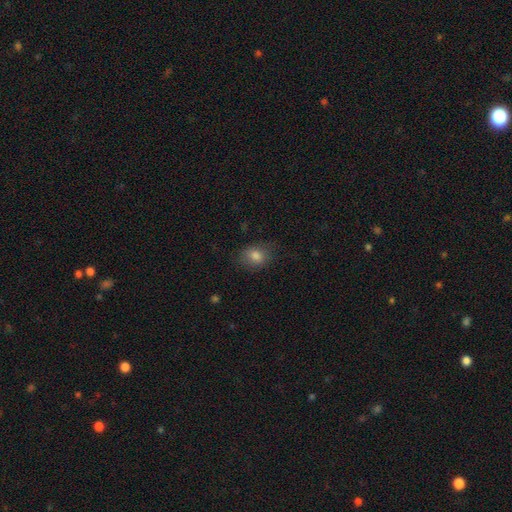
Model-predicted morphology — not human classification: Overall: smooth (80%). How rounded: in between (56%; round 43%). Merging: none (73%).